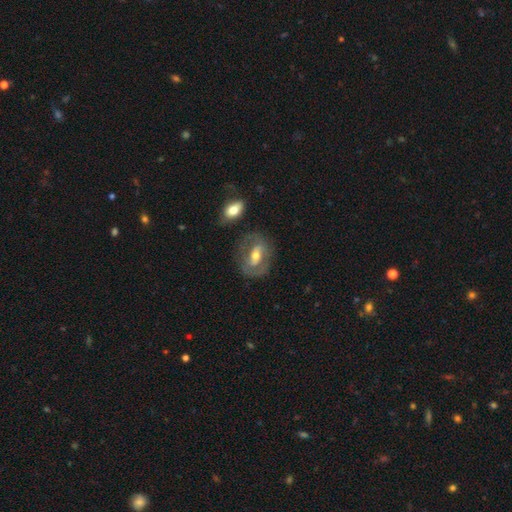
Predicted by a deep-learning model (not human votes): Q: Smooth or featured?
A: featured or disk (66%); runner-up: smooth (27%)
Q: Edge-on disk?
A: no (94%); runner-up: yes (6%)
Q: Bar?
A: weak (38%); runner-up: no (32%)
Q: Spiral arms?
A: yes (60%); runner-up: no (40%)
Q: Bulge size?
A: moderate (67%); runner-up: small (21%)
Q: Merging?
A: none (70%); runner-up: minor disturbance (17%)